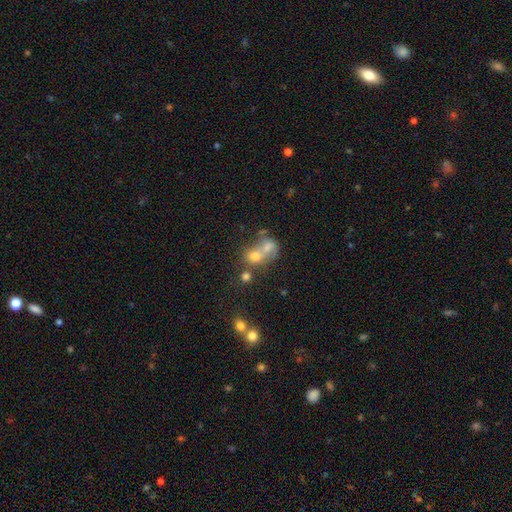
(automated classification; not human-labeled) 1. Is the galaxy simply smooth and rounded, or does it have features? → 58% smooth, 26% featured or disk, 17% star or artifact.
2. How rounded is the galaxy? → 58% round, 41% in between, 2% cigar-shaped.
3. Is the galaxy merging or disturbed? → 60% merger, 25% none, 8% minor disturbance, 7% major disturbance.